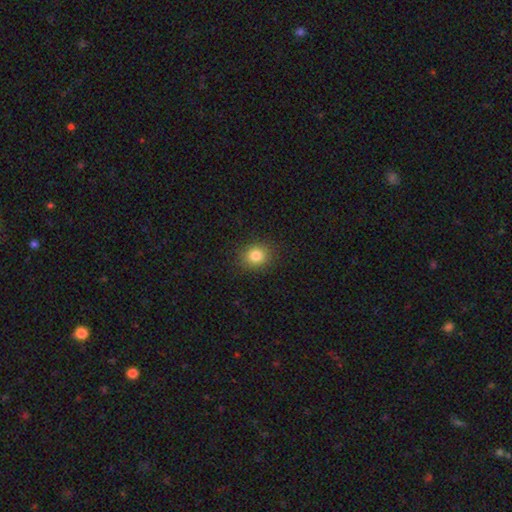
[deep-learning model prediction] Q: Smooth or featured?
A: smooth (83%); runner-up: star or artifact (11%)
Q: How rounded?
A: round (71%); runner-up: in between (28%)
Q: Merging?
A: none (88%); runner-up: minor disturbance (8%)